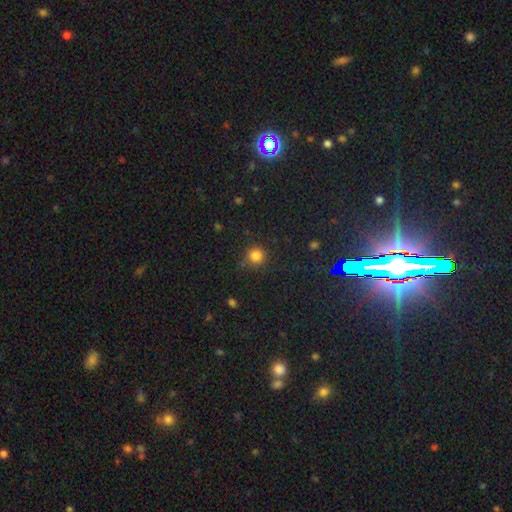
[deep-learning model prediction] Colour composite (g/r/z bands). It shows a smooth galaxy with no disk features (82%) that is round (92%). Merging: none (83%).